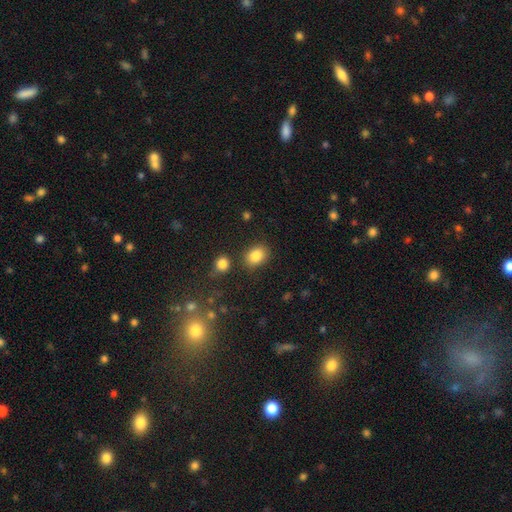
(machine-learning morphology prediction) This appears to be a smooth galaxy with no disk features (85%) that is in between round and cigar-shaped (67%). Merging: none (81%).